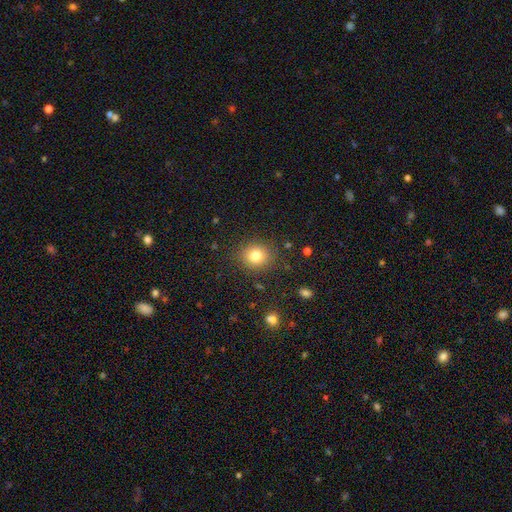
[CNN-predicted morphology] Smooth or featured? Predicted: smooth (p=0.80). How rounded? Predicted: round (p=0.81). Merging? Predicted: none (p=0.87).